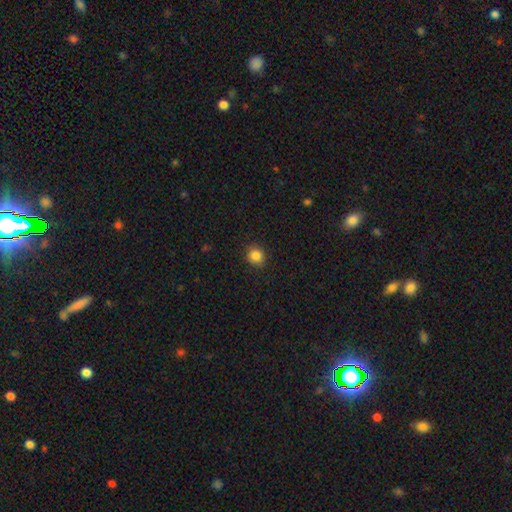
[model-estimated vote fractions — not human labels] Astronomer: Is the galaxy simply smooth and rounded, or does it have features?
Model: smooth — 86%.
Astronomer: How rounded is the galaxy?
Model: round — 84%.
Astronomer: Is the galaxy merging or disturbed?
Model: none — 90%.